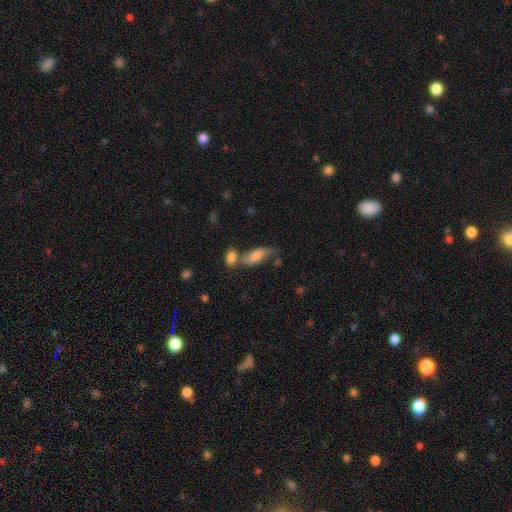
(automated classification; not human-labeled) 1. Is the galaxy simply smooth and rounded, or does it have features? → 48% smooth, 38% featured or disk, 14% star or artifact.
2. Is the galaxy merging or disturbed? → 44% none, 31% merger, 16% minor disturbance, 9% major disturbance.